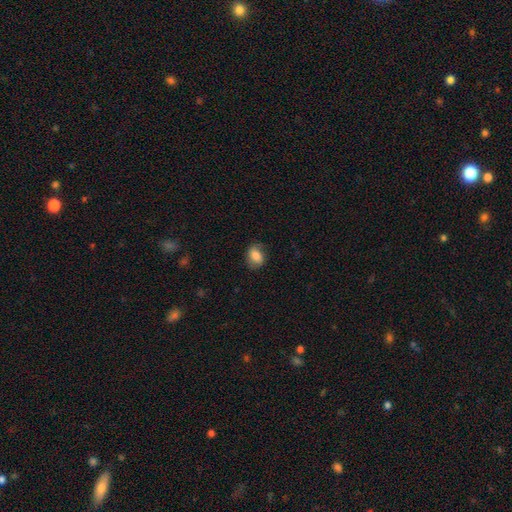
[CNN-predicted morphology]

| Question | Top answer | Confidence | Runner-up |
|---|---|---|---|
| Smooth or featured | smooth | 76% | featured or disk (16%) |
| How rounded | in between | 71% | round (27%) |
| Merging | none | 71% | minor disturbance (21%) |